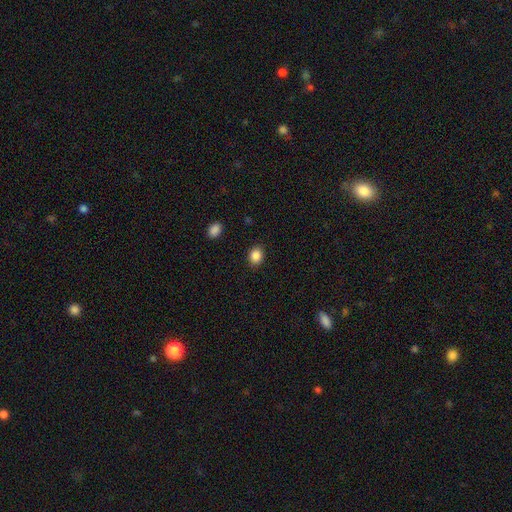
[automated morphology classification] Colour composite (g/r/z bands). It shows a smooth galaxy with no disk features (87%) that is round (57%). Merging: none (89%).